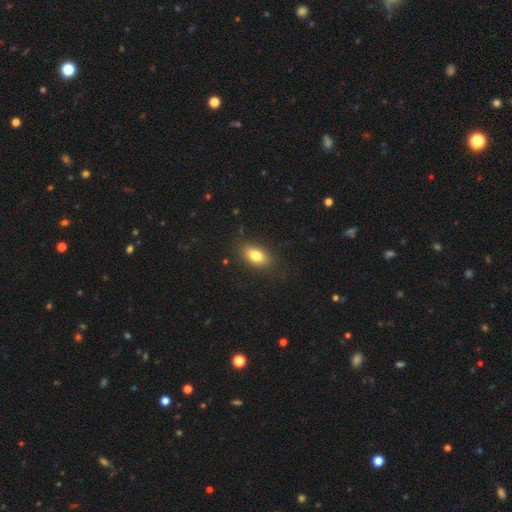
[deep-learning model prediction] Overall: smooth (80%). How rounded: in between (87%). Merging: none (83%).